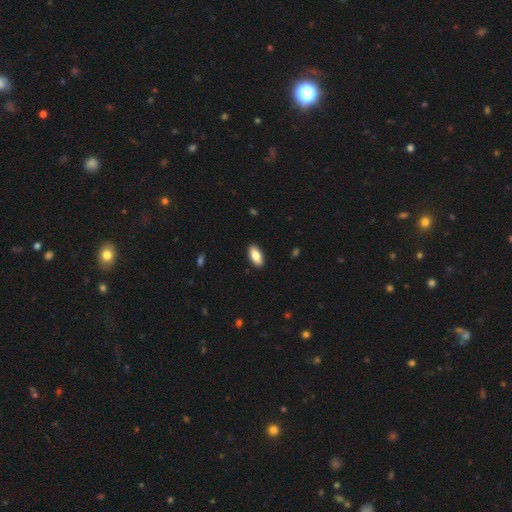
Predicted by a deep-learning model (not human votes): Smooth or featured: smooth — 84% (featured or disk — 10%)
How rounded: in between — 91% (cigar-shaped — 7%)
Merging: none — 91% (minor disturbance — 7%)